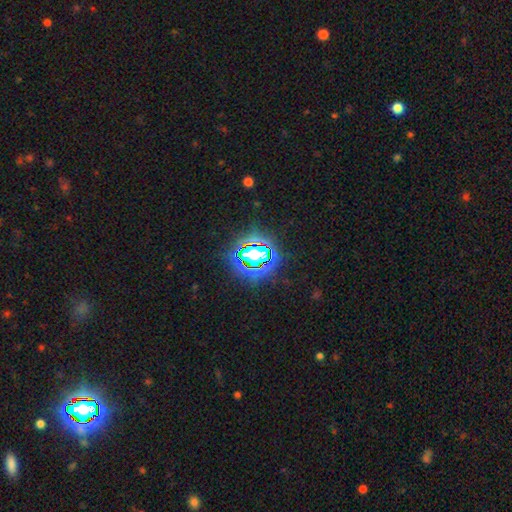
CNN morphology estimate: Smooth or featured? Predicted: star or artifact (p=0.80).